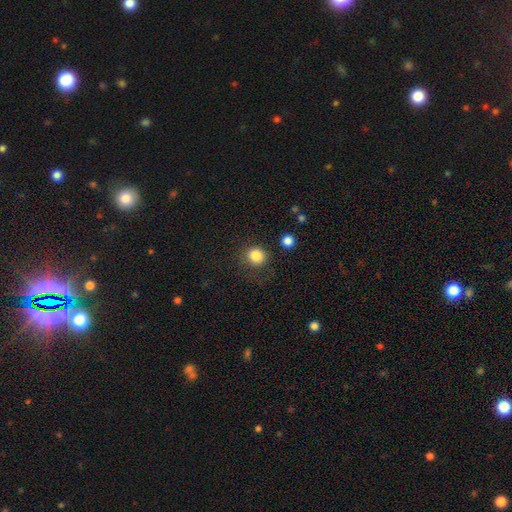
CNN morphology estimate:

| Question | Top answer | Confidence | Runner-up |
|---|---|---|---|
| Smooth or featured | smooth | 85% | star or artifact (11%) |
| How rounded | round | 86% | in between (13%) |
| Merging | none | 78% | minor disturbance (13%) |